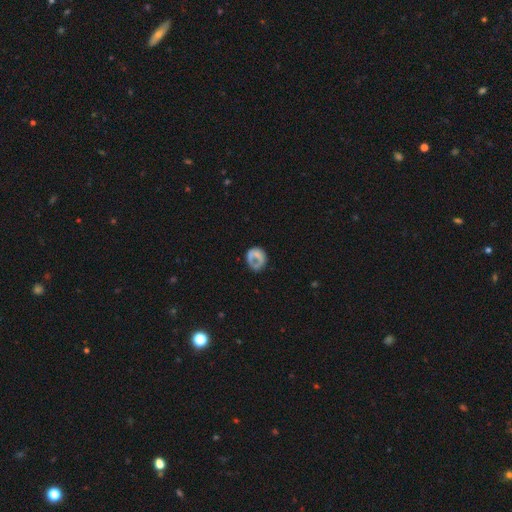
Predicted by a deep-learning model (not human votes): smooth-or-featured: smooth: 53% | featured or disk: 35% | star or artifact: 12%
  how-rounded: round: 71% | in between: 28% | cigar-shaped: 1%
  merging: none: 52% | major disturbance: 24% | minor disturbance: 21% | merger: 4%